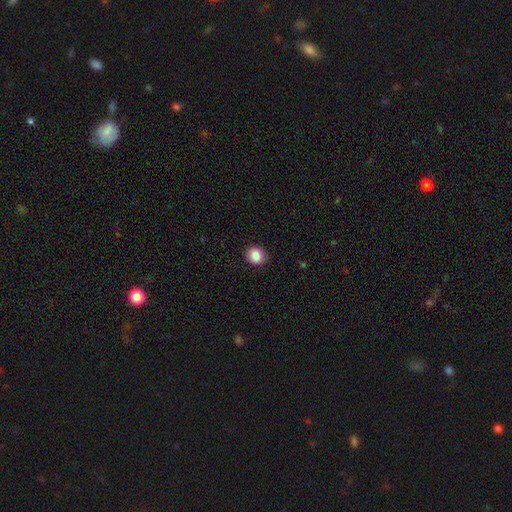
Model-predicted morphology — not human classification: This is clearly a smooth galaxy (88%). How rounded: likely round (75%). Merging: clearly none (88%).